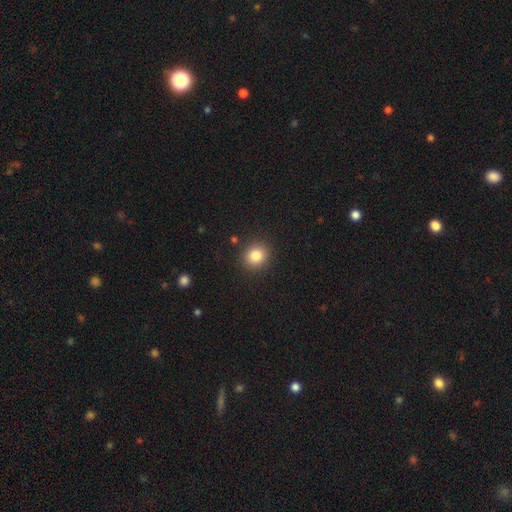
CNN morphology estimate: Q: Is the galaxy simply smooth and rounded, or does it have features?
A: smooth — 83%.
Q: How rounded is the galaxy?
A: round — 82%.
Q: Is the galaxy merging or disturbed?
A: none — 90%.